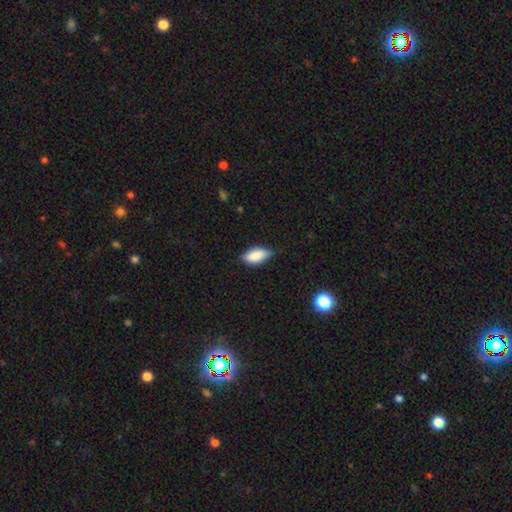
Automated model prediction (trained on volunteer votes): A smooth galaxy with no disk features (85%) that is in between round and cigar-shaped (89%). Merging: none (73%).